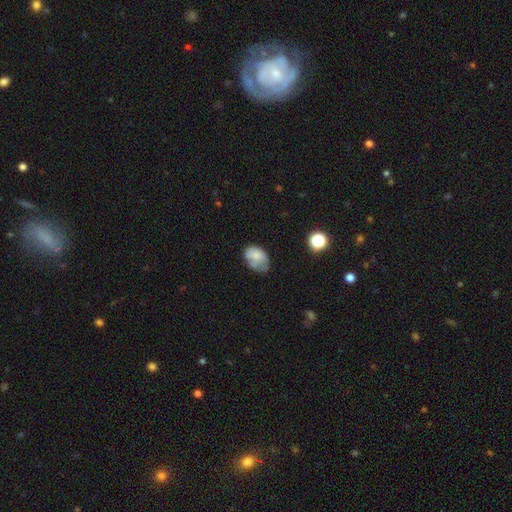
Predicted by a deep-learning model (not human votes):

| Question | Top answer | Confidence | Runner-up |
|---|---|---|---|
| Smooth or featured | smooth | 70% | featured or disk (20%) |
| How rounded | in between | 81% | round (17%) |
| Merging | none | 40% | minor disturbance (35%) |